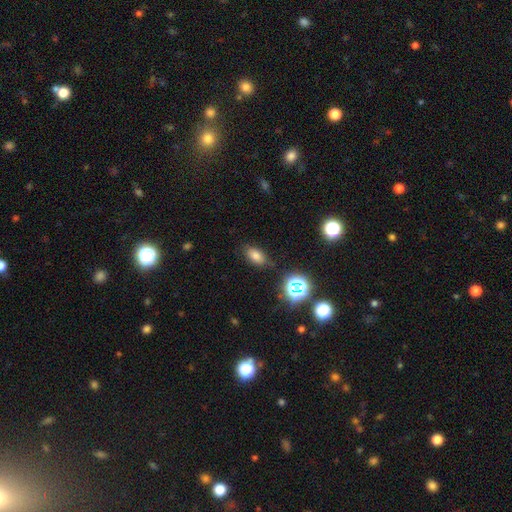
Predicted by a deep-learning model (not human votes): A smooth galaxy with no disk features (72%) that is in between round and cigar-shaped (86%). Merging: none (79%).